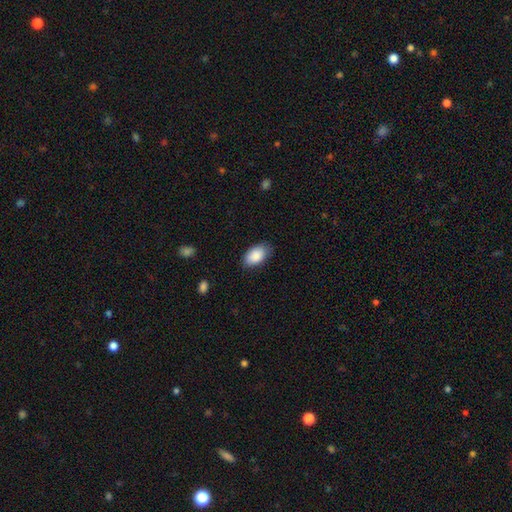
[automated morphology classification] Smooth or featured? smooth (88%)
How rounded? in between (93%)
Merging? none (80%)